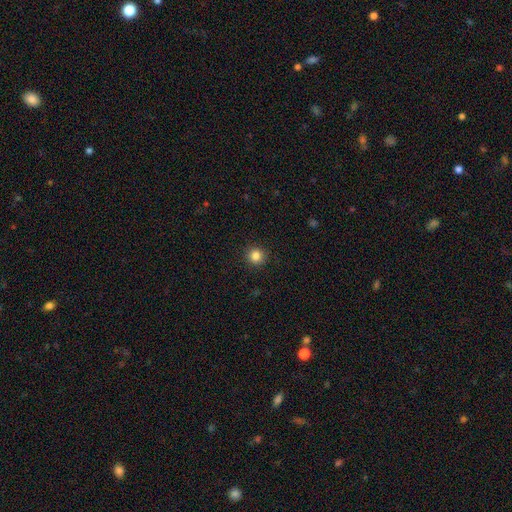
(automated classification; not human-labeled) smooth 84%, star or artifact 11%, featured or disk 5%. Down the decision tree: how rounded — round (94%); merging — none (92%).